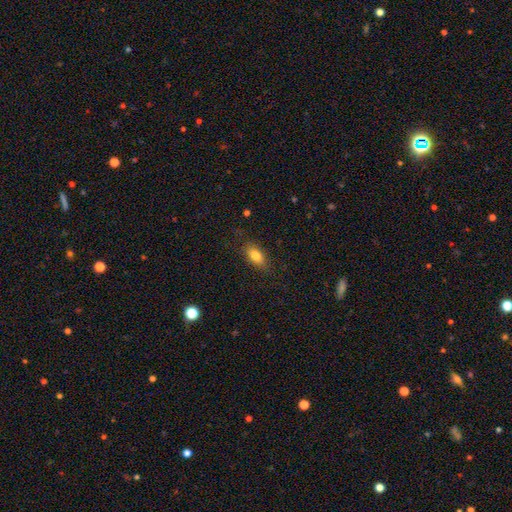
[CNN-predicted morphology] This is likely a smooth galaxy (79%). How rounded: clearly in between (85%). Merging: clearly none (82%).